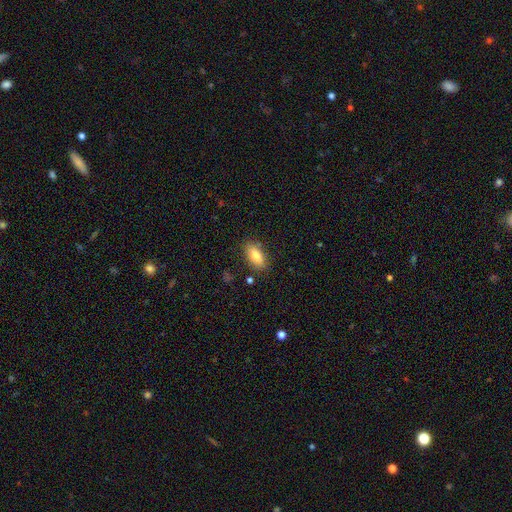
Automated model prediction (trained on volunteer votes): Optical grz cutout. It shows a smooth galaxy with no disk features (77%) that is in between round and cigar-shaped (83%). Merging: none (82%).